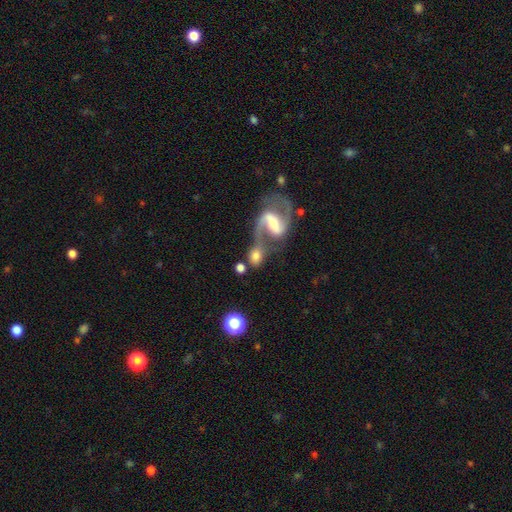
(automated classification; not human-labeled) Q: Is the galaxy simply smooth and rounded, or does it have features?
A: smooth — 46%.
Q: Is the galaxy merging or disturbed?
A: merger — 44%.